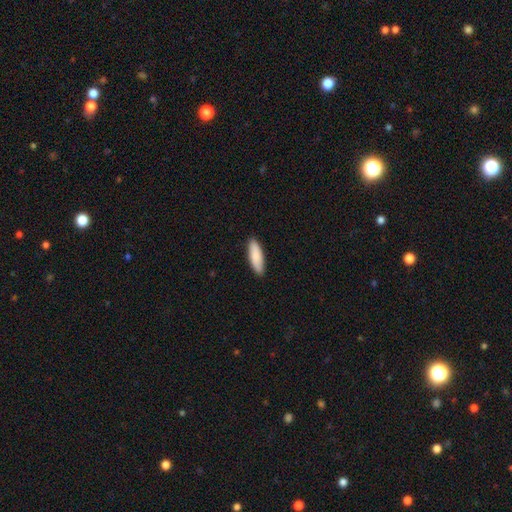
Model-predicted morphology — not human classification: Smooth or featured? smooth (87%)
How rounded? in between (52%)
Merging? none (90%)